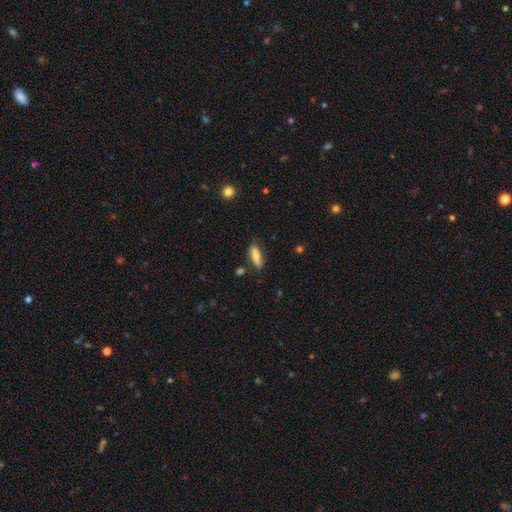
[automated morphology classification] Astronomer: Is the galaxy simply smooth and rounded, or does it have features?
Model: smooth — 76%.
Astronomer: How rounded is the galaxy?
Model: in between — 61% (runner-up: cigar-shaped, 37%).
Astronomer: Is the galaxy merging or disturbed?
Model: none — 75%.